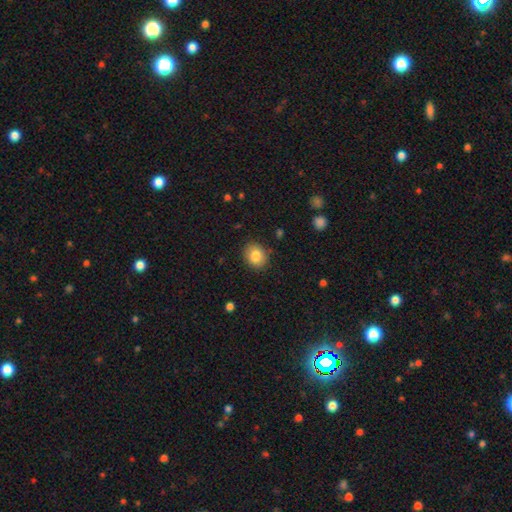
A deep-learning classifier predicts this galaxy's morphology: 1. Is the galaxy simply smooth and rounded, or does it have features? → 84% smooth, 9% star or artifact, 7% featured or disk.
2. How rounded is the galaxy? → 55% round, 44% in between, 1% cigar-shaped.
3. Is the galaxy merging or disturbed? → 87% none, 10% minor disturbance, 2% major disturbance, 1% merger.